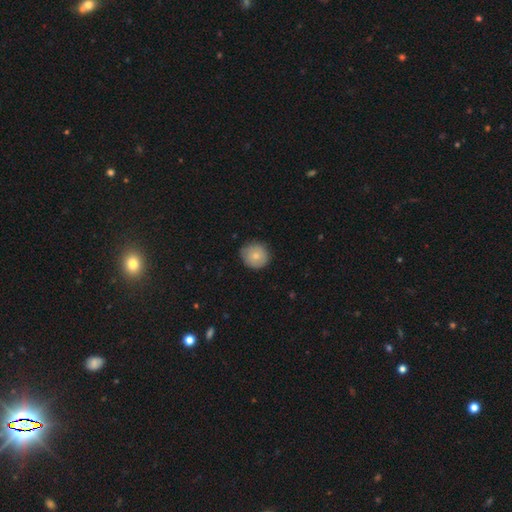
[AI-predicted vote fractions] This is likely a smooth galaxy (78%). How rounded: clearly round (91%). Merging: clearly none (81%).